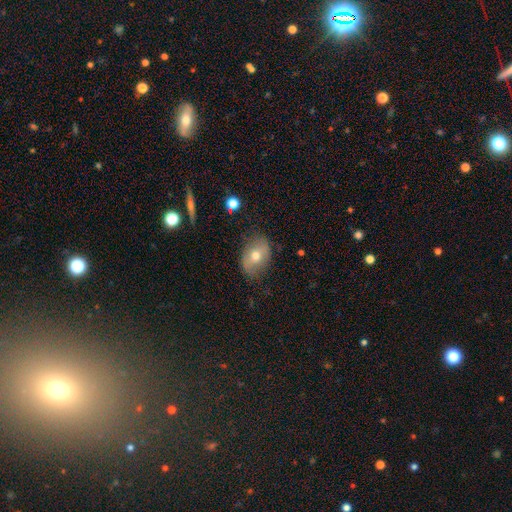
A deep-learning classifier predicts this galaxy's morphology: The model was most divided on "smooth or featured": smooth: 58%, featured or disk: 33%, star or artifact: 9%. More confident: how rounded — in between (76%); merging — none (76%).